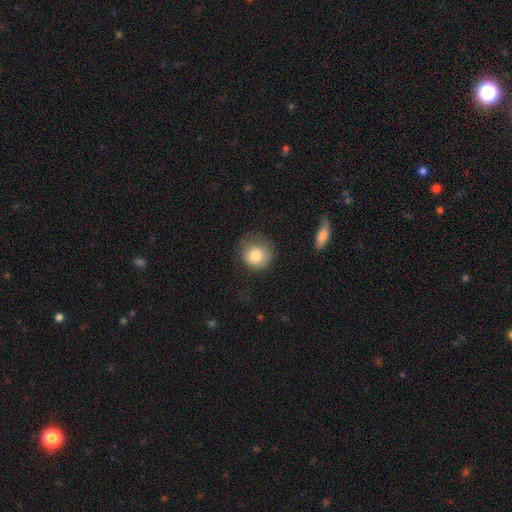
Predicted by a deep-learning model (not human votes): Q: Smooth or featured?
A: smooth (81%); runner-up: featured or disk (11%)
Q: How rounded?
A: round (85%); runner-up: in between (14%)
Q: Merging?
A: none (58%); runner-up: minor disturbance (28%)